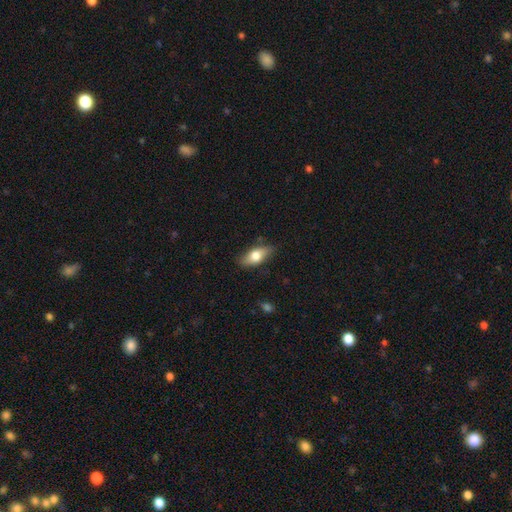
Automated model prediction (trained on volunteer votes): smooth 70%, featured or disk 23%, star or artifact 7%. Down the decision tree: how rounded — in between (82%); merging — none (78%).